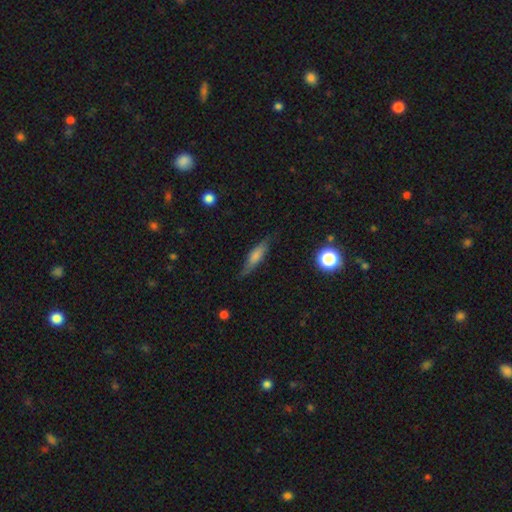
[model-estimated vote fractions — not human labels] Q: Smooth or featured?
A: smooth (47%); runner-up: featured or disk (44%)
Q: Merging?
A: none (80%); runner-up: minor disturbance (15%)